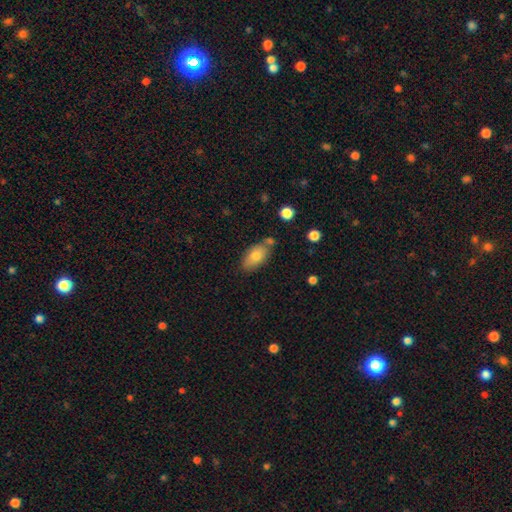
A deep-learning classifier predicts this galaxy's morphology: smooth_or_featured: smooth (p=0.77) [alt: featured or disk p=0.16]
how_rounded: in between (p=0.90) [alt: cigar-shaped p=0.05]
merging: none (p=0.69) [alt: minor disturbance p=0.17]